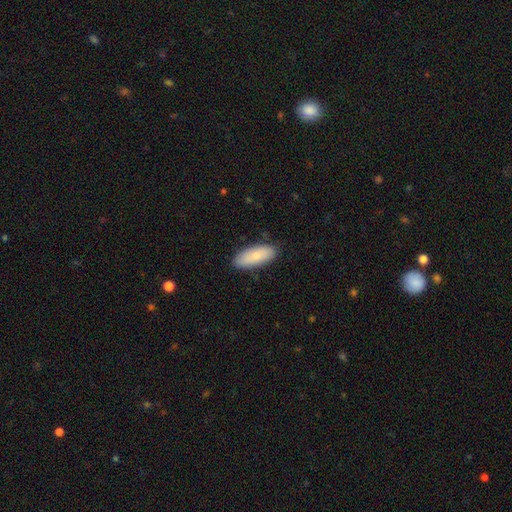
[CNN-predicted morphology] This is likely a smooth galaxy (80%). How rounded: likely in between (79%). Merging: clearly none (85%).